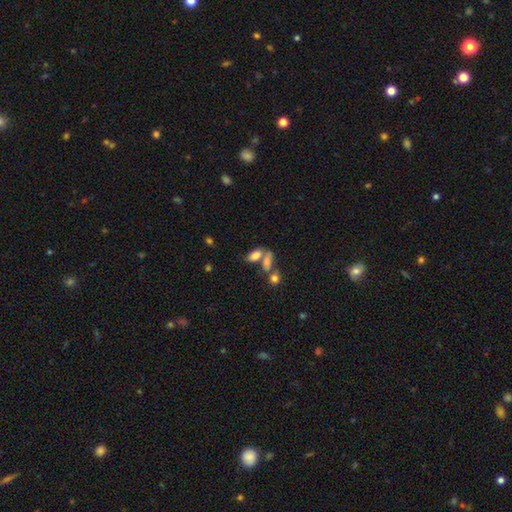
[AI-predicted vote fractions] smooth_or_featured: smooth (p=0.77) [alt: featured or disk p=0.13]
how_rounded: in between (p=0.83) [alt: cigar-shaped p=0.11]
merging: merger (p=0.43) [alt: none p=0.38]